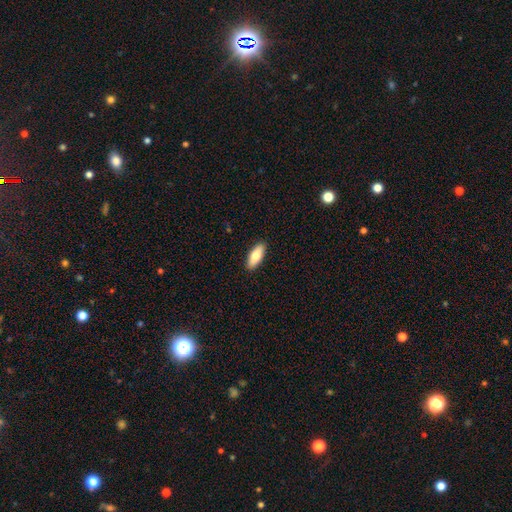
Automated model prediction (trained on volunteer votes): smooth 77%, featured or disk 17%, star or artifact 6%. Down the decision tree: how rounded — in between (75%); merging — none (90%).